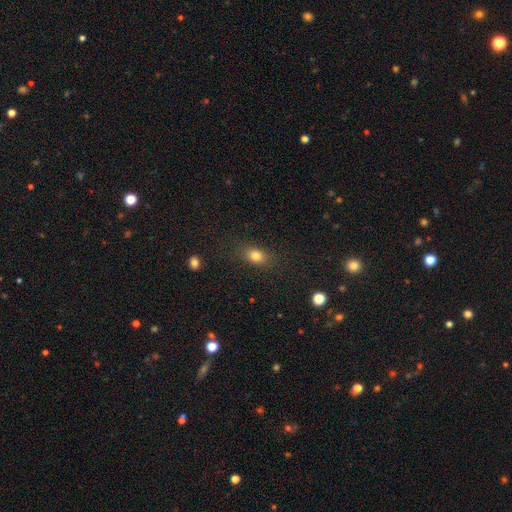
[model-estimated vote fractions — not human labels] Morphology: type=smooth (82%); roundness=in between (70%); merging=none (79%).